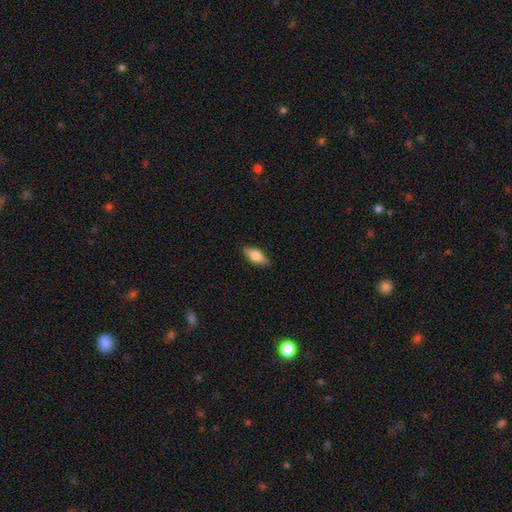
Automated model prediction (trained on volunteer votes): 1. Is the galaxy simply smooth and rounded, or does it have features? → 71% smooth, 23% featured or disk, 6% star or artifact.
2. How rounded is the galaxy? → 78% in between, 19% cigar-shaped, 3% round.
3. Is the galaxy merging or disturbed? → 87% none, 10% minor disturbance, 2% major disturbance, 1% merger.